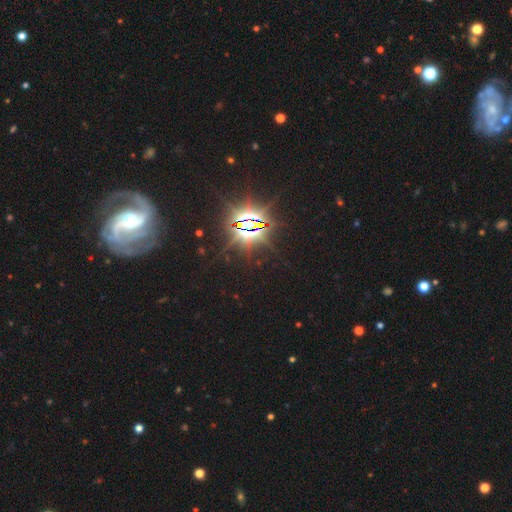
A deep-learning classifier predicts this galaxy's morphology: smooth_or_featured: featured or disk (p=0.53) [alt: star or artifact p=0.30]
disk_edge_on: no (p=0.88) [alt: yes p=0.12]
merging: none (p=0.77) [alt: minor disturbance p=0.11]